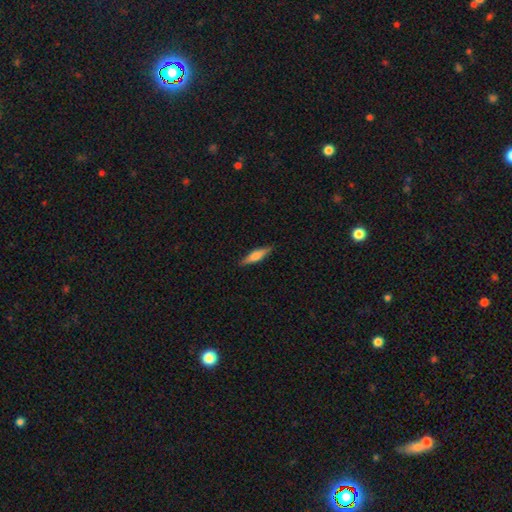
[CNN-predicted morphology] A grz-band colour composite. It shows a smooth galaxy with no disk features (56%) that is cigar-shaped (77%). Merging: none (89%).